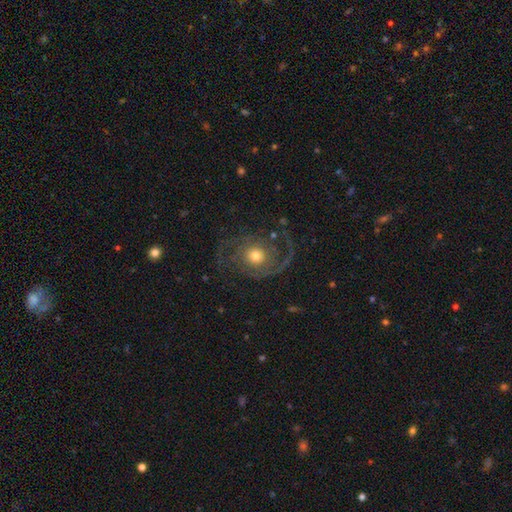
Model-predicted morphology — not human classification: Smooth or featured? Predicted: featured or disk (p=0.83). Edge-on disk? Predicted: no (p=0.97). Bar? Predicted: no (p=0.79). Spiral arms? Predicted: yes (p=0.92). Spiral winding? Predicted: medium (p=0.47). Spiral arm count? Predicted: 2 (p=0.72). Bulge size? Predicted: moderate (p=0.61). Merging? Predicted: none (p=0.68).